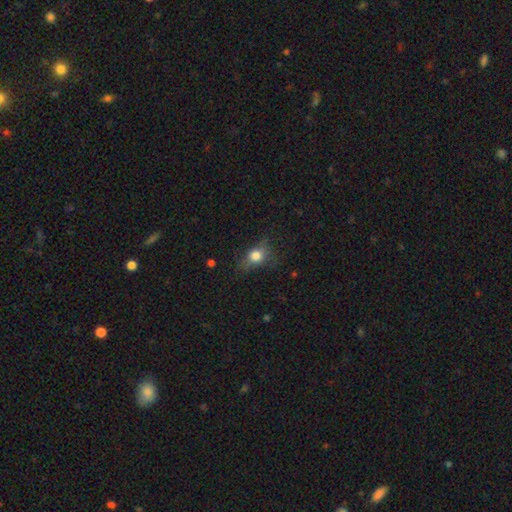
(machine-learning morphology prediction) Smooth or featured? smooth (72%)
How rounded? in between (52%)
Merging? none (61%)